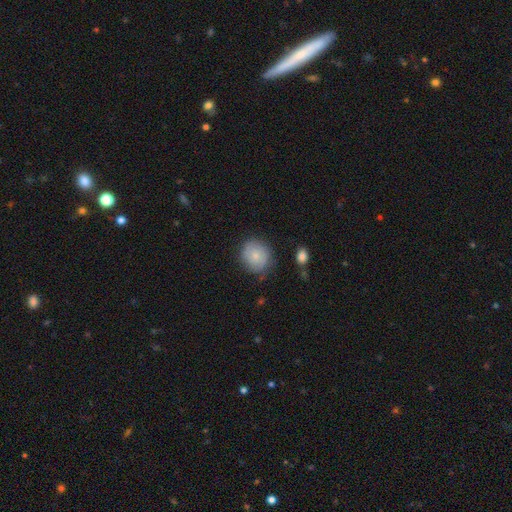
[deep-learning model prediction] Q: Smooth or featured?
A: smooth (74%); runner-up: featured or disk (19%)
Q: How rounded?
A: round (79%); runner-up: in between (20%)
Q: Merging?
A: none (76%); runner-up: minor disturbance (18%)